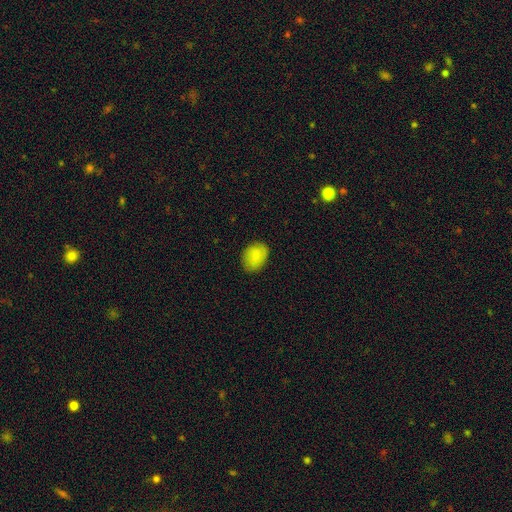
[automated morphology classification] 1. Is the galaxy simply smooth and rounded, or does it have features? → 85% smooth, 8% featured or disk, 7% star or artifact.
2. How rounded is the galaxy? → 68% in between, 31% round, 1% cigar-shaped.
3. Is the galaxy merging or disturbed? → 83% none, 13% minor disturbance, 3% major disturbance, 1% merger.